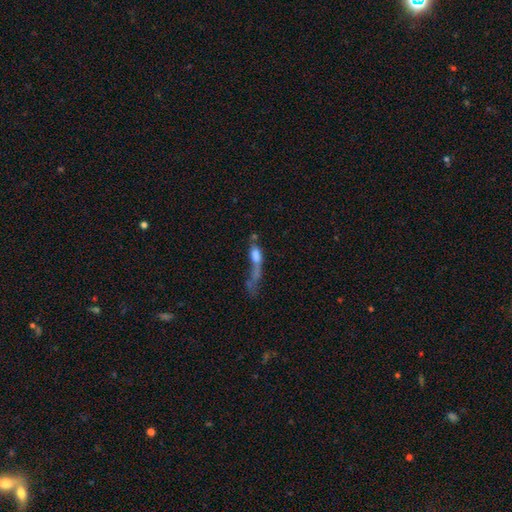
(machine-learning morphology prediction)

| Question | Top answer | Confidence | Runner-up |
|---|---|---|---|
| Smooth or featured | smooth | 54% | featured or disk (33%) |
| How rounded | in between | 49% | cigar-shaped (43%) |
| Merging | major disturbance | 44% | merger (30%) |